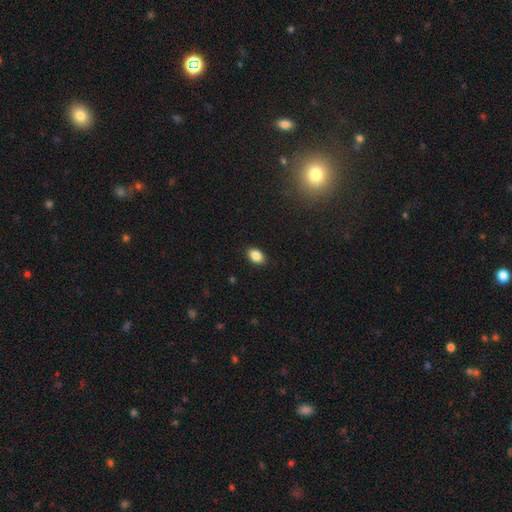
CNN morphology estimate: Smooth or featured? Predicted: smooth (p=0.87). How rounded? Predicted: in between (p=0.87). Merging? Predicted: none (p=0.88).